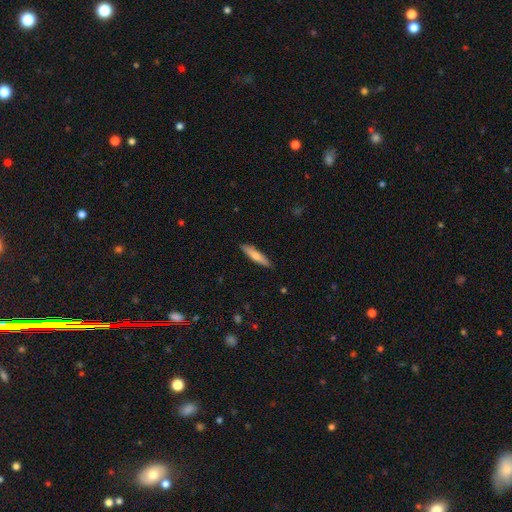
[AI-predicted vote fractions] This appears to be a smooth galaxy with no disk features (60%) that is cigar-shaped (85%). Merging: none (90%).